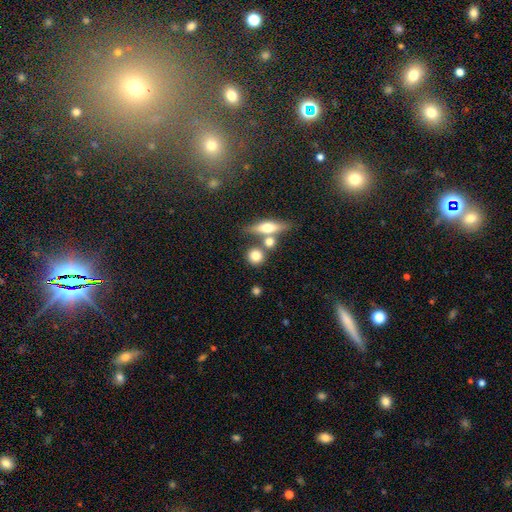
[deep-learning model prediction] The model was most divided on "merging": none: 64%, merger: 23%, minor disturbance: 9%, major disturbance: 4%. More confident: how rounded — round (79%); smooth or featured — smooth (77%).